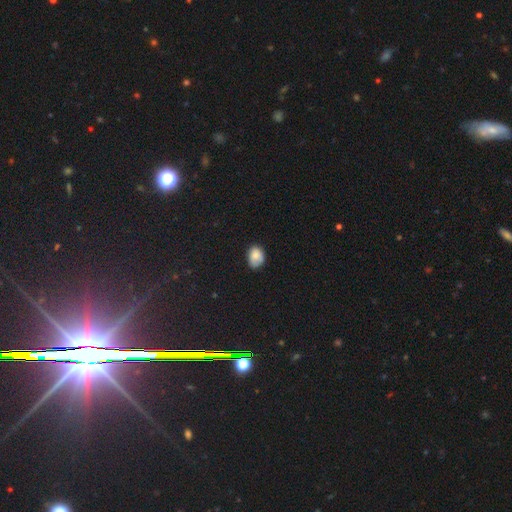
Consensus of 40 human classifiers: Volunteers were most divided on "merging": none: 54%, minor disturbance: 37%, major disturbance: 9%, merger: 0%. More confident: smooth or featured — smooth (88%); how rounded — in between (80%).